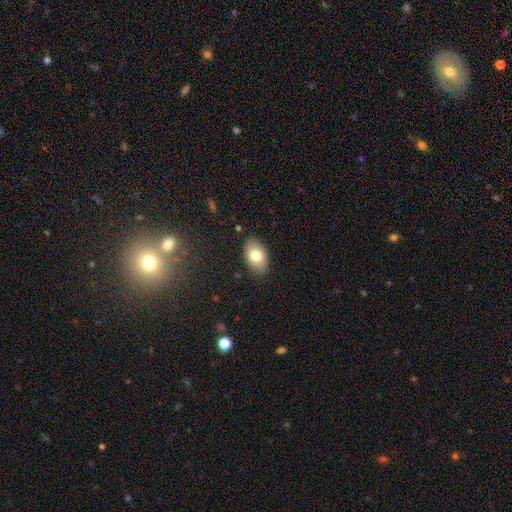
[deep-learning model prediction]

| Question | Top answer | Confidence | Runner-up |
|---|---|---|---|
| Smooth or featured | smooth | 77% | featured or disk (16%) |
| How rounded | in between | 92% | round (7%) |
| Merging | none | 87% | minor disturbance (10%) |